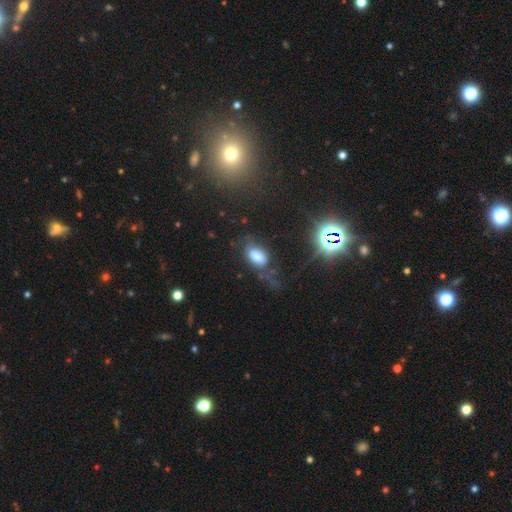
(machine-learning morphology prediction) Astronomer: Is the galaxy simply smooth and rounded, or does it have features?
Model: smooth — 63%.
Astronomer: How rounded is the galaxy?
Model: in between — 91%.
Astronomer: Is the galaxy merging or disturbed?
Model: none — 49%.